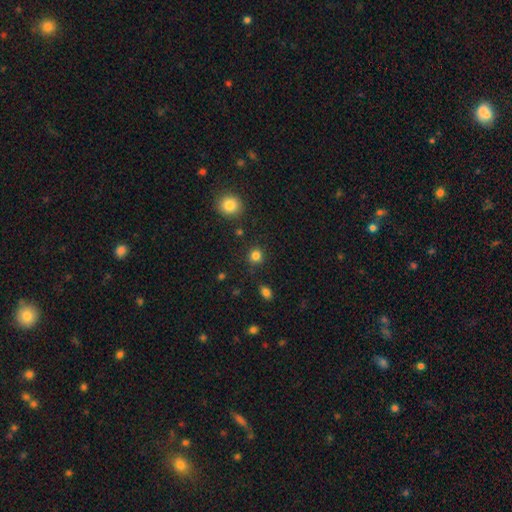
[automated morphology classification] A smooth galaxy with no disk features (83%) that is round (91%). Merging: none (87%).